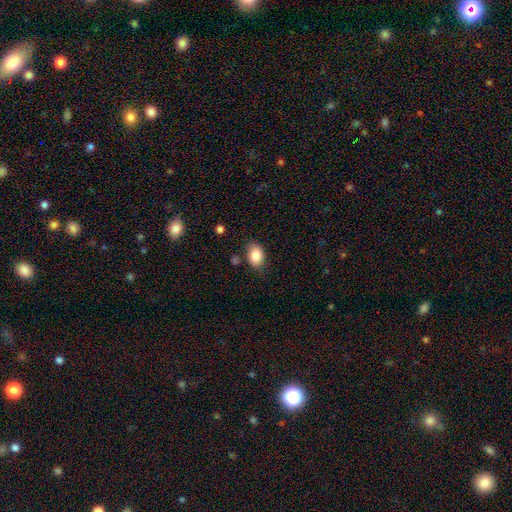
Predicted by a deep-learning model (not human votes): A smooth galaxy with no disk features (87%) that is in between round and cigar-shaped (83%).

Vote fractions:
- Smooth or featured? smooth: 87% / star or artifact: 7% / featured or disk: 6%
- How rounded? in between: 83% / round: 16% / cigar-shaped: 1%
- Merging? none: 77% / minor disturbance: 16% / major disturbance: 4% / merger: 3%